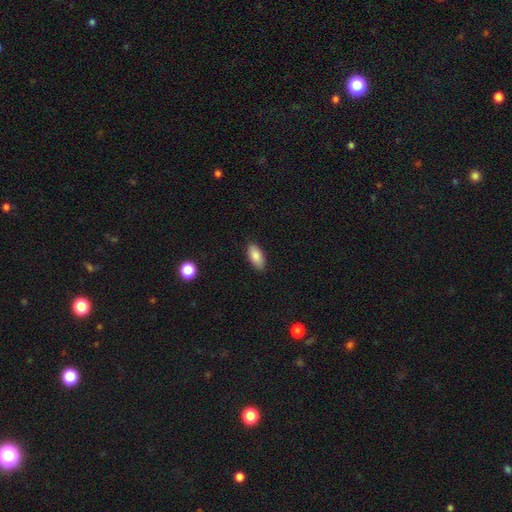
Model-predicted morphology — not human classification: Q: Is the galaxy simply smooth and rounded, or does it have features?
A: smooth — 86%.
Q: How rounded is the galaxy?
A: in between — 89%.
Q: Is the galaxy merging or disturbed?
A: none — 88%.